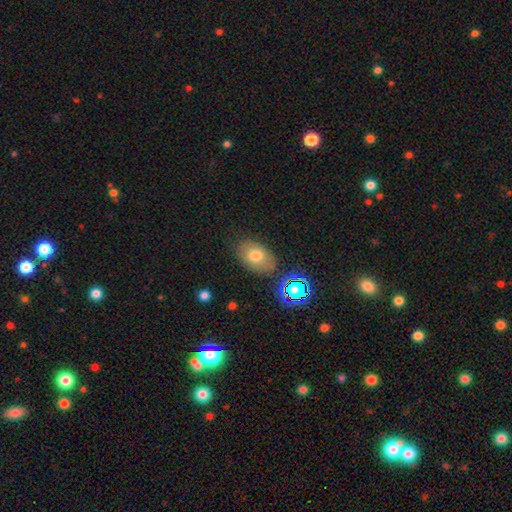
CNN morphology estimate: type=smooth (72%); roundness=in between (83%); merging=none (78%).